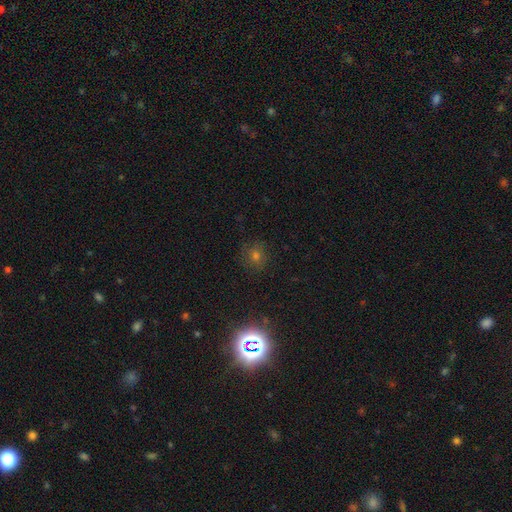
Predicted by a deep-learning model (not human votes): Smooth or featured?
  - smooth: 49% *
  - star or artifact: 40%
  - featured or disk: 11%
Merging?
  - none: 85% *
  - minor disturbance: 10%
  - major disturbance: 4%
  - merger: 2%